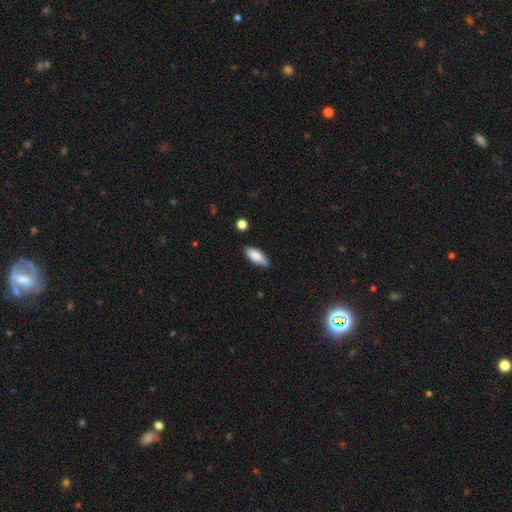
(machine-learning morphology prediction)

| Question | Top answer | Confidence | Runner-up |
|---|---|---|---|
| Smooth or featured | smooth | 84% | featured or disk (9%) |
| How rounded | in between | 78% | cigar-shaped (20%) |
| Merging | none | 76% | minor disturbance (19%) |